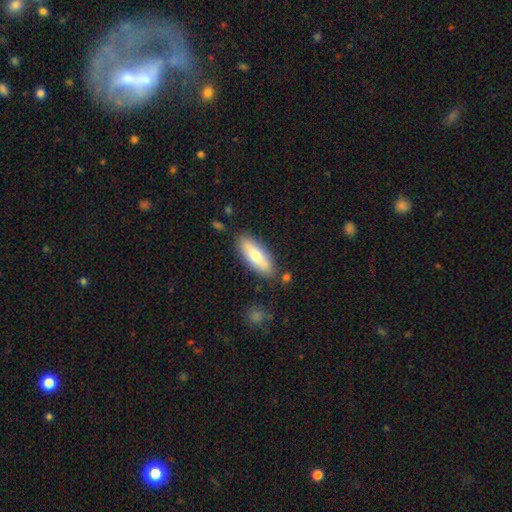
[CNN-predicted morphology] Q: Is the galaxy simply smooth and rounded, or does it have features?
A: smooth — 70%.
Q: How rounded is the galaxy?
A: in between — 61%.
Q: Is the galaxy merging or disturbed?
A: none — 83%.